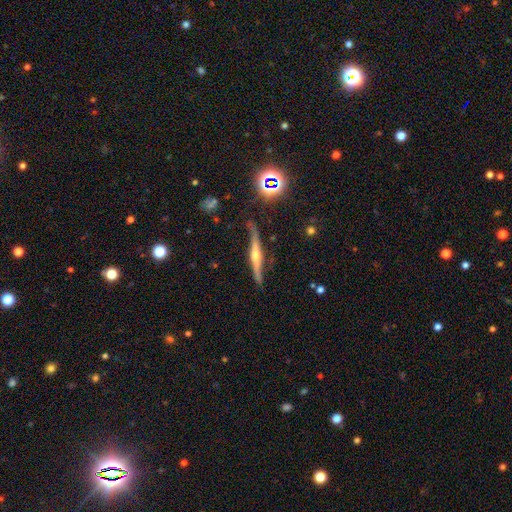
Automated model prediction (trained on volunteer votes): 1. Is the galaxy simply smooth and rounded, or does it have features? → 76% featured or disk, 16% smooth, 9% star or artifact.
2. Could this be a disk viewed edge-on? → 94% yes, 6% no.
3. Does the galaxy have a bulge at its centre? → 88% rounded, 6% none, 6% boxy.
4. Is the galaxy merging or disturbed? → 74% none, 18% minor disturbance, 5% major disturbance, 3% merger.